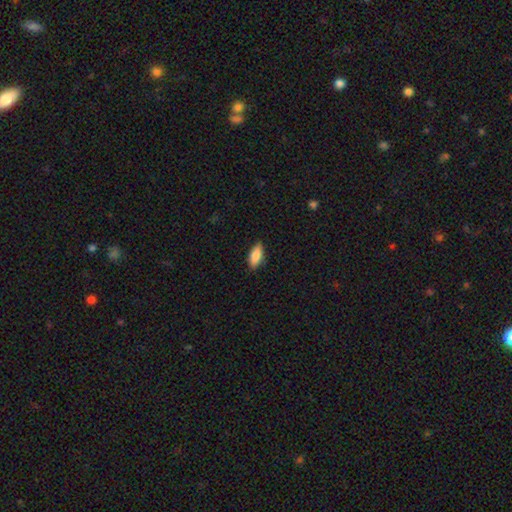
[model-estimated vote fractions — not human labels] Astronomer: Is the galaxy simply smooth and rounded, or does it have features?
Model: smooth — 85%.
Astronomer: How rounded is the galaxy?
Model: in between — 82%.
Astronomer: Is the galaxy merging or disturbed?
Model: none — 84%.